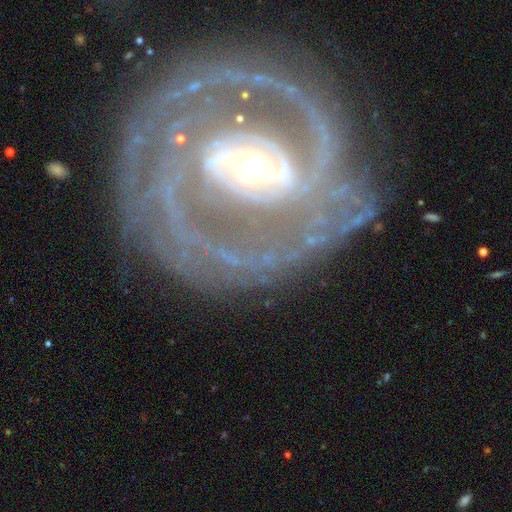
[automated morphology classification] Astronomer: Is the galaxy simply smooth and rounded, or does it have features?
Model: featured or disk — 90%.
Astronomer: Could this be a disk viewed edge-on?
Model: no — 97%.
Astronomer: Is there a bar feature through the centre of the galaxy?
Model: strong — 43% (runner-up: weak, 33%).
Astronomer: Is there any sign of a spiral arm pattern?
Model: yes — 95%.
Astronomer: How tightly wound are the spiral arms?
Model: tight — 61%.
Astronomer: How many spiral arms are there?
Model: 2 — 57%.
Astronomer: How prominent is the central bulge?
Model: moderate — 59%.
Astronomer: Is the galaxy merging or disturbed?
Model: none — 78%.